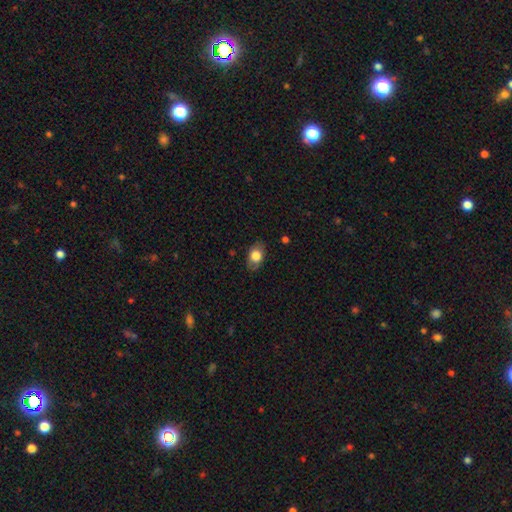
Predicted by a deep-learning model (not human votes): Smooth or featured? Predicted: smooth (p=0.78). How rounded? Predicted: in between (p=0.82). Merging? Predicted: none (p=0.81).